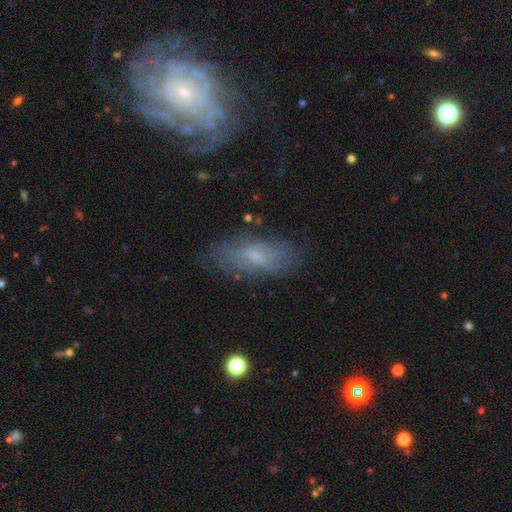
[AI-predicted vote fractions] Smooth or featured? Predicted: featured or disk (p=0.47). Merging? Predicted: none (p=0.72).